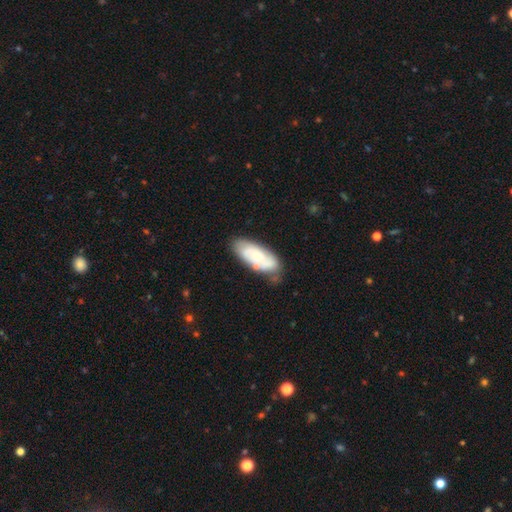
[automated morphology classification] Smooth or featured?
  - smooth: 51% *
  - featured or disk: 43%
  - star or artifact: 6%
How rounded?
  - in between: 81% *
  - cigar-shaped: 17%
  - round: 2%
Merging?
  - none: 62% *
  - minor disturbance: 23%
  - merger: 10%
  - major disturbance: 6%